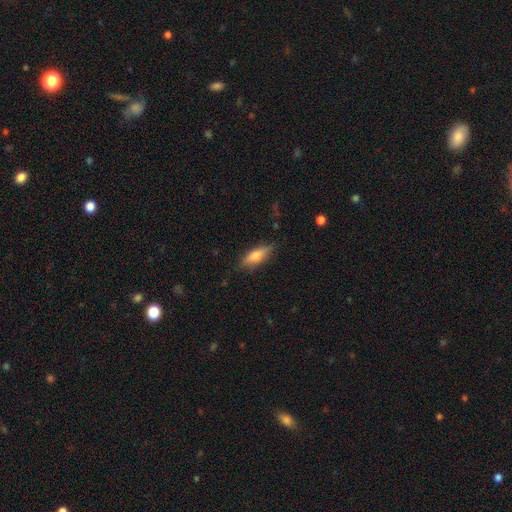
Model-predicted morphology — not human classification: A smooth galaxy with no disk features (57%) that is in between round and cigar-shaped (52%). Merging: none (81%).